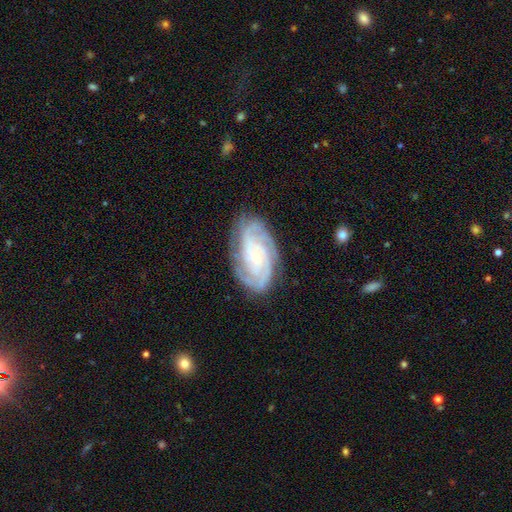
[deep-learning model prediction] A featured or disk galaxy (88%) with no bar (72%), 3 (31%) tight (73%) spiral arms (98%) and a small central bulge (80%). Merging: none (79%).